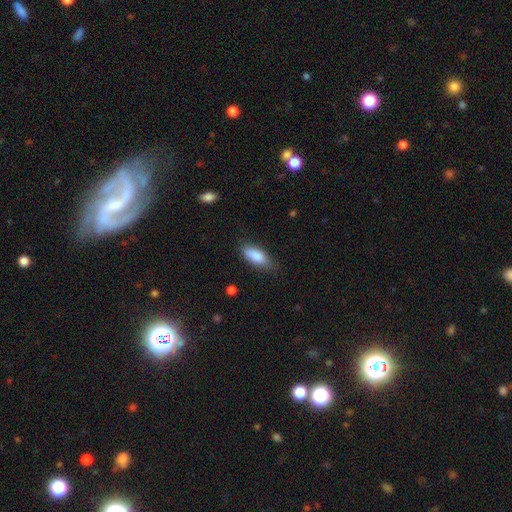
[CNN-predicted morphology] Q: Smooth or featured?
A: smooth (86%); runner-up: featured or disk (8%)
Q: How rounded?
A: in between (81%); runner-up: cigar-shaped (17%)
Q: Merging?
A: none (73%); runner-up: minor disturbance (21%)